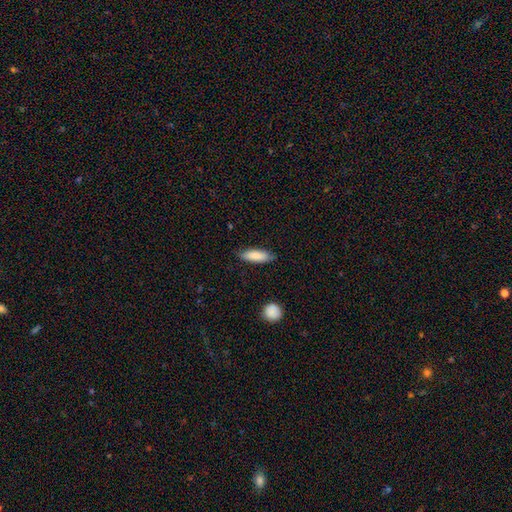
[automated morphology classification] Smooth or featured? Predicted: smooth (p=0.84). How rounded? Predicted: in between (p=0.54). Merging? Predicted: none (p=0.82).